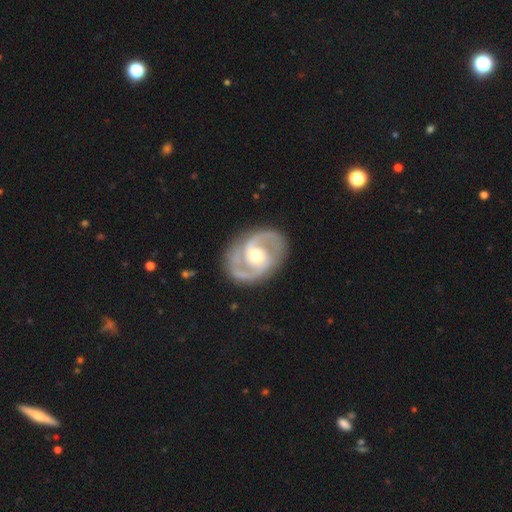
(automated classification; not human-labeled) Smooth or featured?
  - featured or disk: 91% *
  - smooth: 5%
  - star or artifact: 4%
Edge-on disk?
  - no: 98% *
  - yes: 2%
Bar?
  - no: 52% *
  - weak: 36%
  - strong: 13%
Spiral arms?
  - yes: 97% *
  - no: 3%
Spiral winding?
  - medium: 55% *
  - tight: 33%
  - loose: 12%
Spiral arm count?
  - 2: 90% *
  - 3: 4%
  - can't tell: 3%
  - 1: 1%
  - 4: 1%
  - more than 4: 1%
Bulge size?
  - moderate: 75% *
  - small: 15%
  - large: 8%
  - dominant: 1%
  - none: 1%
Merging?
  - none: 83% *
  - minor disturbance: 11%
  - major disturbance: 4%
  - merger: 1%